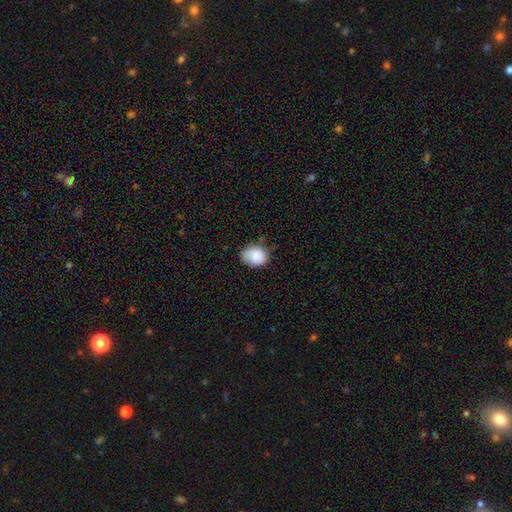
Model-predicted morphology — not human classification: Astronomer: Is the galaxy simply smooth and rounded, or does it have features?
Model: smooth — 86%.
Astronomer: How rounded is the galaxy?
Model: in between — 53% (runner-up: round, 46%).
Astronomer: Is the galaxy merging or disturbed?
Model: none — 66%.